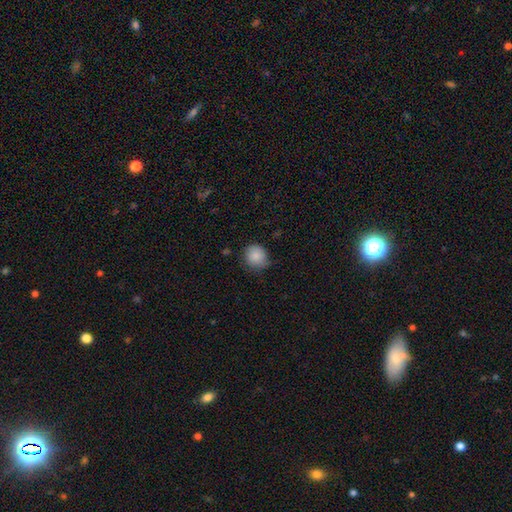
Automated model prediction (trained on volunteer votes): The model was most divided on "merging": none: 69%, minor disturbance: 26%, major disturbance: 5%, merger: 1%. More confident: smooth or featured — smooth (86%); how rounded — round (83%).